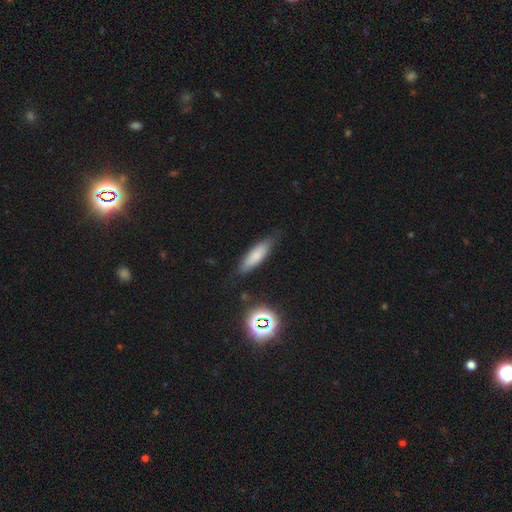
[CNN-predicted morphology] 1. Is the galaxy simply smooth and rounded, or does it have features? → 74% smooth, 17% featured or disk, 10% star or artifact.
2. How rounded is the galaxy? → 60% cigar-shaped, 38% in between, 2% round.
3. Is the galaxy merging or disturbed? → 78% none, 17% minor disturbance, 4% major disturbance, 2% merger.